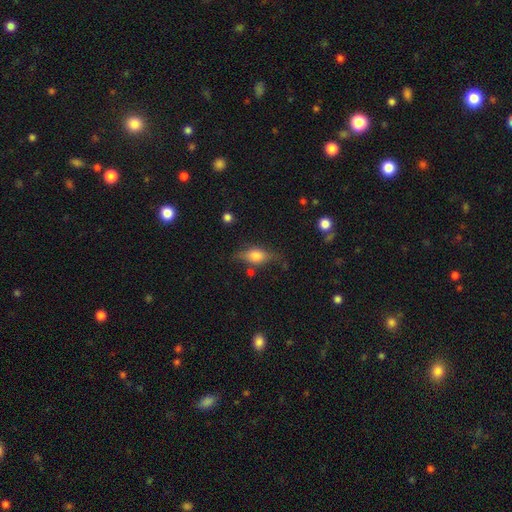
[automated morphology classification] Smooth or featured? smooth (58%)
How rounded? in between (75%)
Merging? none (65%)